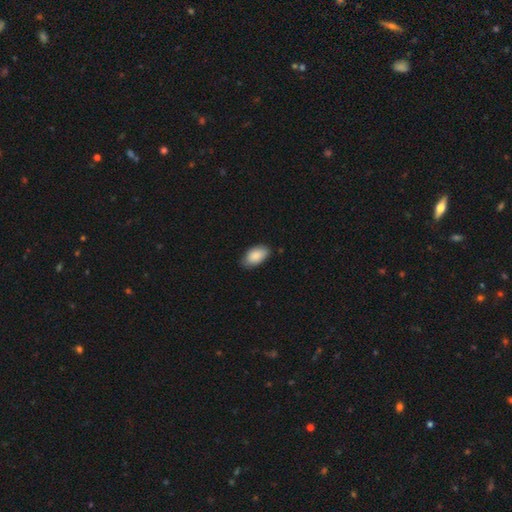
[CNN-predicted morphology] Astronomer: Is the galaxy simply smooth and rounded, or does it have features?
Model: smooth — 89%.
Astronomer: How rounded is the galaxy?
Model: in between — 95%.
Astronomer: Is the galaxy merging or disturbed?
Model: none — 81%.